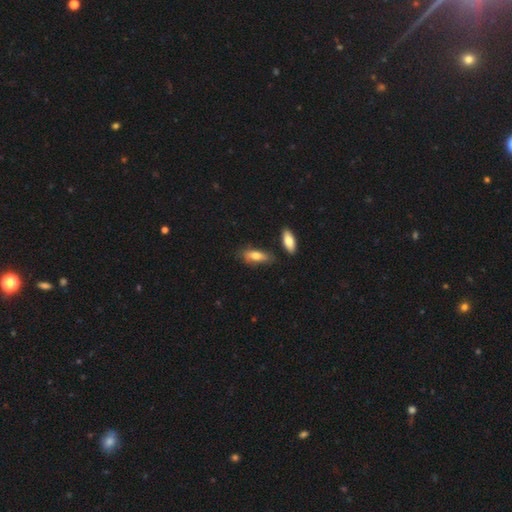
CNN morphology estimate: smooth 75%, featured or disk 19%, star or artifact 6%. Down the decision tree: how rounded — in between (71%); merging — none (71%).